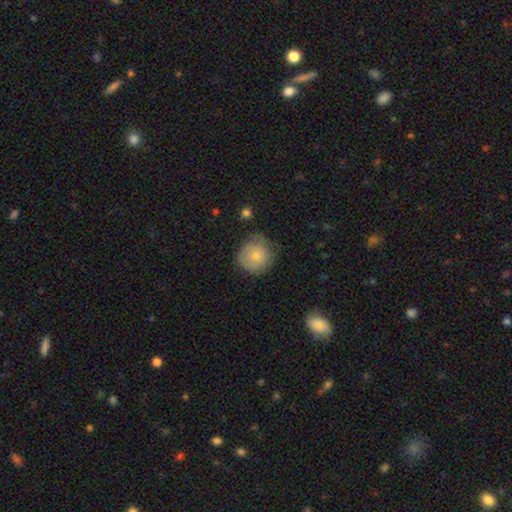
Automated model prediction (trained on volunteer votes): Overall: smooth (74%). How rounded: round (90%). Merging: none (64%; minor disturbance 27%).